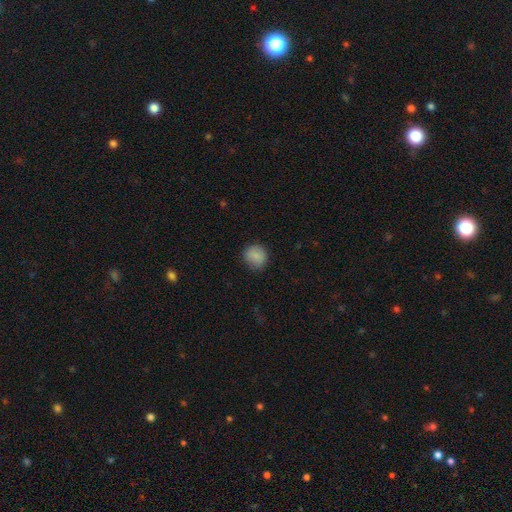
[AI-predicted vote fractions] The model was most divided on "how rounded": round: 83%, in between: 16%, cigar-shaped: 1%. More confident: smooth or featured — smooth (87%); merging — none (82%).